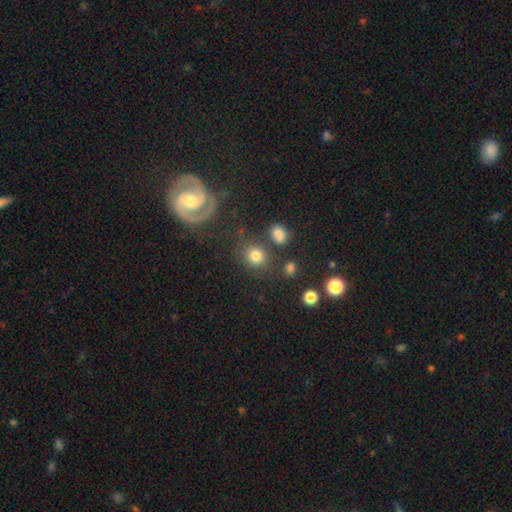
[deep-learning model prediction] Smooth or featured? Predicted: smooth (p=0.76). How rounded? Predicted: round (p=0.81). Merging? Predicted: none (p=0.73).